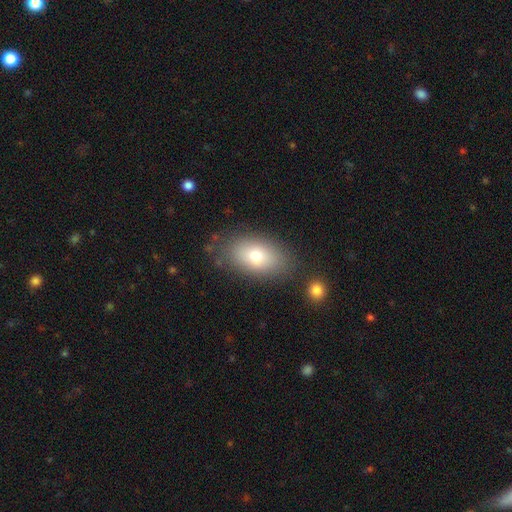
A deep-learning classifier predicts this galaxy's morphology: Q: Smooth or featured?
A: smooth (76%); runner-up: featured or disk (15%)
Q: How rounded?
A: in between (88%); runner-up: round (10%)
Q: Merging?
A: none (80%); runner-up: minor disturbance (12%)